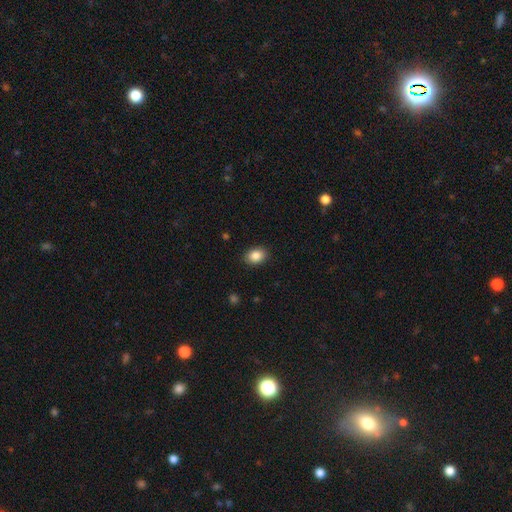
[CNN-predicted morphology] smooth_or_featured: smooth (p=0.86) [alt: star or artifact p=0.09]
how_rounded: in between (p=0.70) [alt: round p=0.29]
merging: none (p=0.89) [alt: minor disturbance p=0.08]